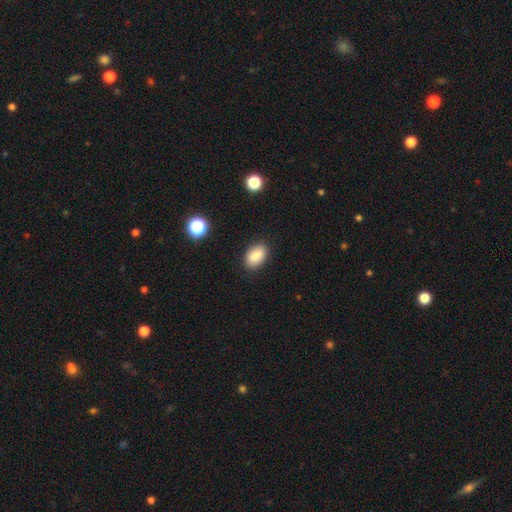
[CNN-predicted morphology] Smooth or featured?
  - smooth: 87% *
  - star or artifact: 8%
  - featured or disk: 5%
How rounded?
  - in between: 90% *
  - round: 9%
  - cigar-shaped: 1%
Merging?
  - none: 86% *
  - minor disturbance: 10%
  - major disturbance: 2%
  - merger: 1%